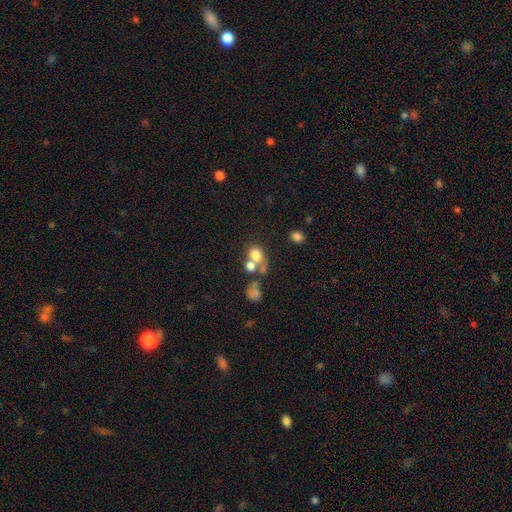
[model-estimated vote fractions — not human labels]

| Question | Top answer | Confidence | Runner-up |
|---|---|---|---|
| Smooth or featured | smooth | 72% | featured or disk (15%) |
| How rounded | round | 50% | in between (49%) |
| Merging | merger | 48% | none (33%) |